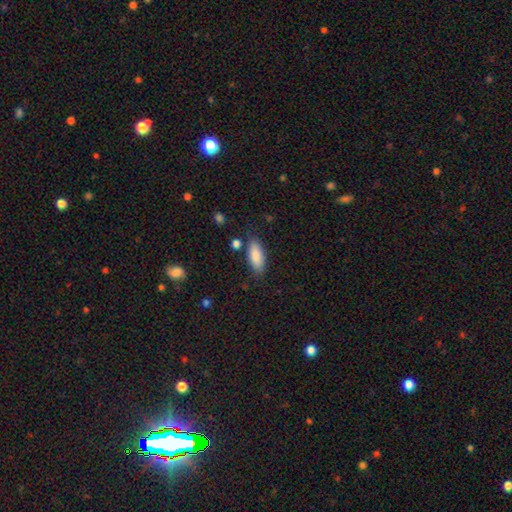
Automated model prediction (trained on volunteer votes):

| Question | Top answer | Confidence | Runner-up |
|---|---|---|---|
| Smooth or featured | smooth | 85% | featured or disk (8%) |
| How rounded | in between | 83% | cigar-shaped (15%) |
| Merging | none | 78% | minor disturbance (15%) |